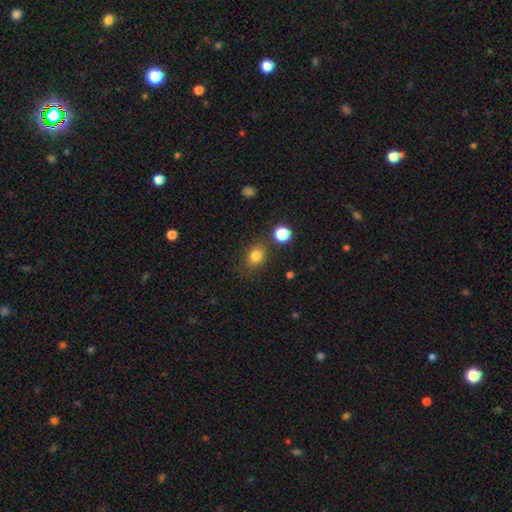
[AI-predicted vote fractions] Overall: smooth (81%). How rounded: round (50%; in between 49%). Merging: none (75%).